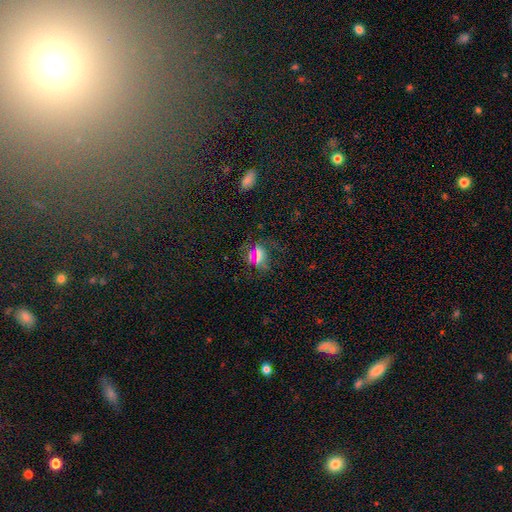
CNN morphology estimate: Smooth or featured? smooth (48%)
Merging? none (70%)